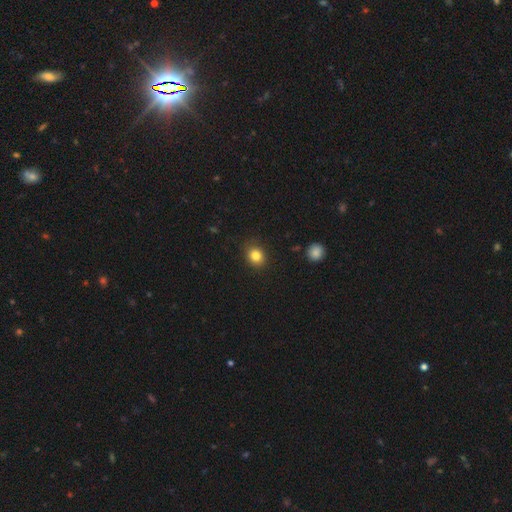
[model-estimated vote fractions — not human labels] Q: Smooth or featured?
A: smooth (83%); runner-up: star or artifact (11%)
Q: How rounded?
A: round (66%); runner-up: in between (33%)
Q: Merging?
A: none (85%); runner-up: minor disturbance (11%)